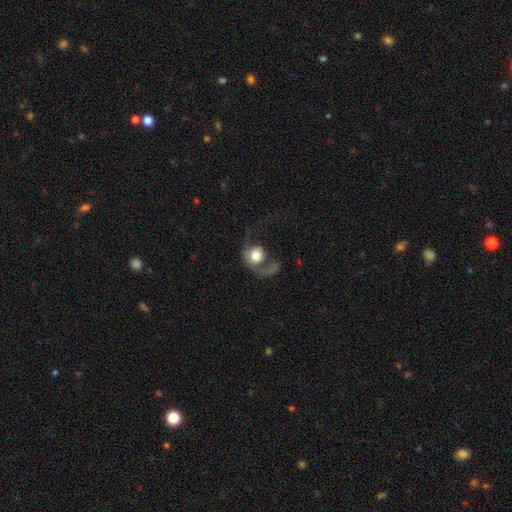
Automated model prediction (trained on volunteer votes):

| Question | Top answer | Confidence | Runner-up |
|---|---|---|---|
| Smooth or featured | smooth | 52% | featured or disk (40%) |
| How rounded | round | 76% | in between (23%) |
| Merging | major disturbance | 58% | none (22%) |